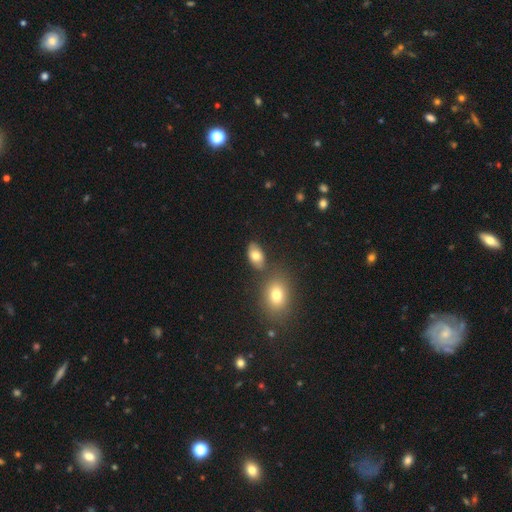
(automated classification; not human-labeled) A smooth galaxy with no disk features (77%) that is in between round and cigar-shaped (88%).

Vote fractions:
- Smooth or featured? smooth: 77% / featured or disk: 13% / star or artifact: 10%
- How rounded? in between: 88% / round: 10% / cigar-shaped: 2%
- Merging? none: 69% / minor disturbance: 13% / merger: 13% / major disturbance: 4%